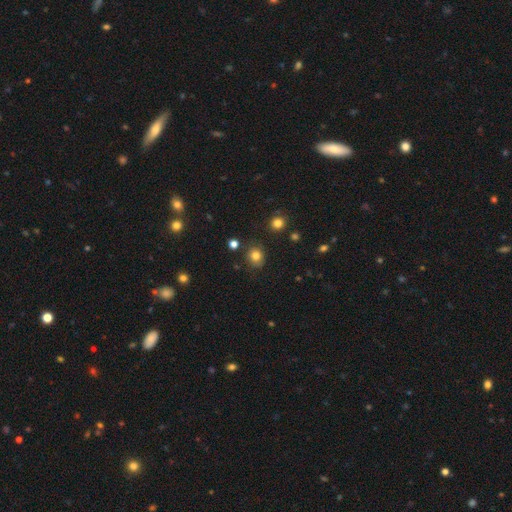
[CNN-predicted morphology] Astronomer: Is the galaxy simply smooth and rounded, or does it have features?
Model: smooth — 80%.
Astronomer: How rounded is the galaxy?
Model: round — 80%.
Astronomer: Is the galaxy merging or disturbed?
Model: none — 84%.